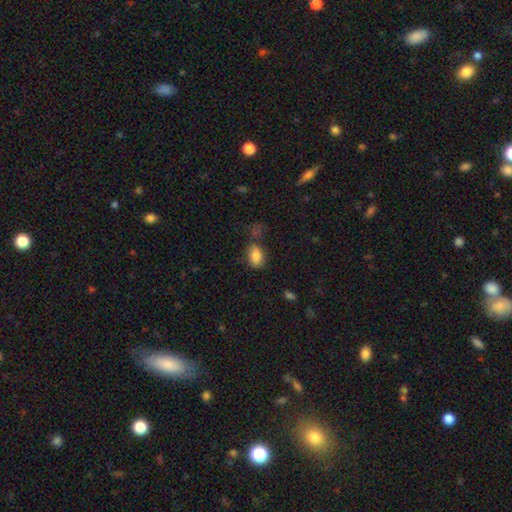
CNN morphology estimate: smooth-or-featured: smooth: 85% | star or artifact: 8% | featured or disk: 7%
  how-rounded: in between: 86% | round: 13% | cigar-shaped: 1%
  merging: none: 65% | minor disturbance: 20% | merger: 8% | major disturbance: 7%